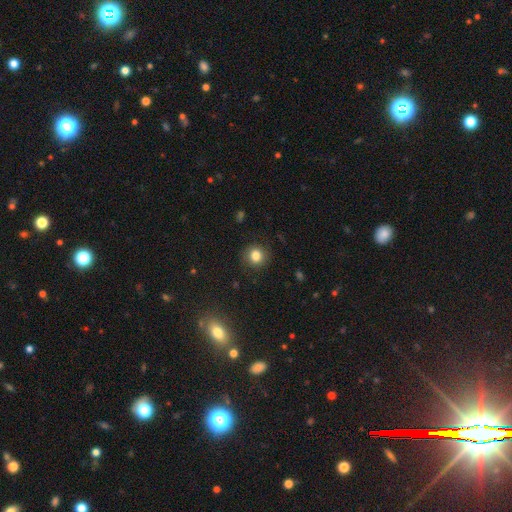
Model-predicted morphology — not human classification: Smooth or featured? smooth (83%)
How rounded? round (87%)
Merging? none (88%)